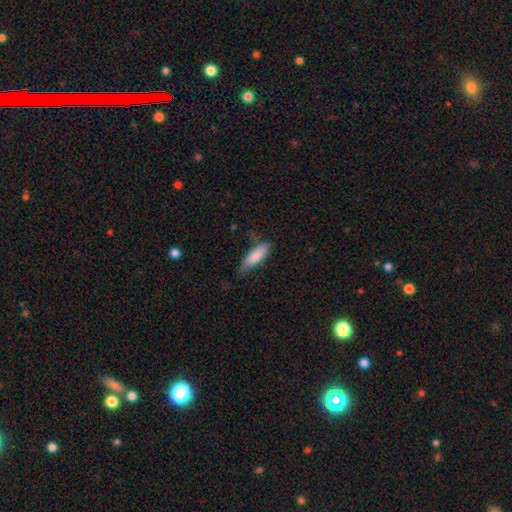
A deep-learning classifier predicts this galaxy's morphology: smooth 83%, featured or disk 12%, star or artifact 6%. Down the decision tree: how rounded — in between (50%); merging — none (56%).